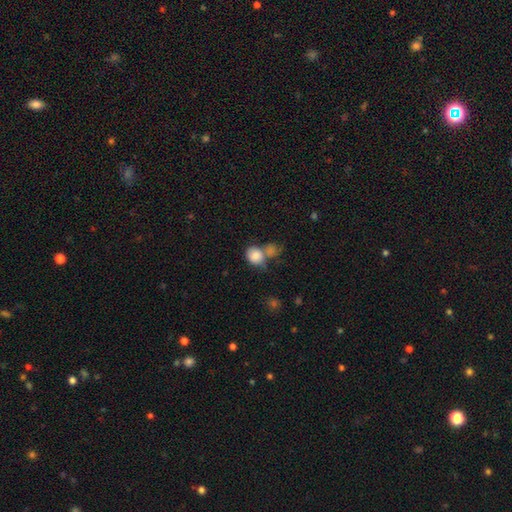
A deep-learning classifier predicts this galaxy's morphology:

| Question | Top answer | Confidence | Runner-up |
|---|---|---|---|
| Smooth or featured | smooth | 84% | star or artifact (8%) |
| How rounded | round | 58% | in between (41%) |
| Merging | merger | 47% | none (33%) |